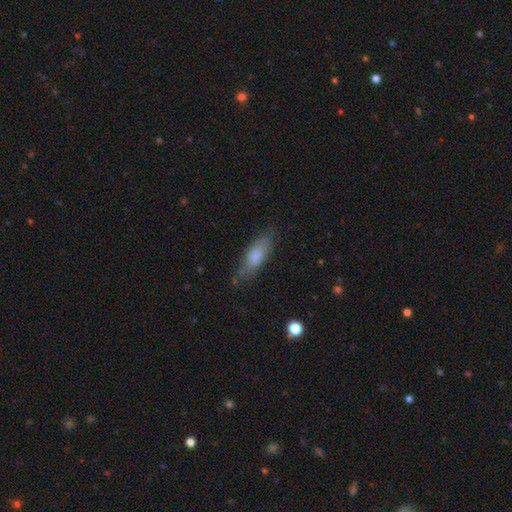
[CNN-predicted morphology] Smooth or featured: smooth — 76% (featured or disk — 18%)
How rounded: in between — 61% (cigar-shaped — 37%)
Merging: none — 71% (minor disturbance — 21%)